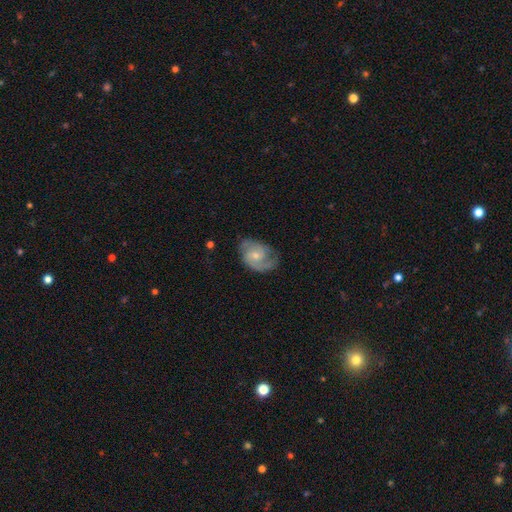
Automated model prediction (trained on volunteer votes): Smooth or featured?
  - featured or disk: 80% *
  - smooth: 15%
  - star or artifact: 5%
Edge-on disk?
  - no: 97% *
  - yes: 3%
Bar?
  - no: 57% *
  - weak: 38%
  - strong: 5%
Spiral arms?
  - yes: 95% *
  - no: 5%
Spiral winding?
  - medium: 51% *
  - tight: 34%
  - loose: 15%
Spiral arm count?
  - 2: 81% *
  - can't tell: 8%
  - 3: 5%
  - 1: 3%
  - 4: 1%
  - more than 4: 1%
Bulge size?
  - small: 51% *
  - moderate: 43%
  - none: 3%
  - large: 2%
  - dominant: 1%
Merging?
  - none: 71% *
  - minor disturbance: 21%
  - major disturbance: 7%
  - merger: 1%